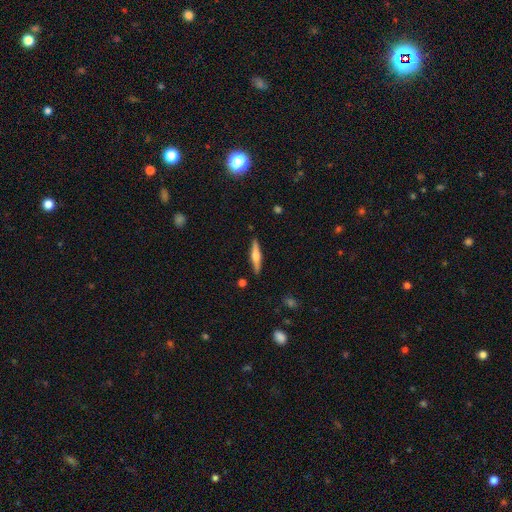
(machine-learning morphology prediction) Q: Smooth or featured?
A: featured or disk (55%); runner-up: smooth (39%)
Q: Edge-on disk?
A: yes (97%); runner-up: no (3%)
Q: Edge-on bulge?
A: rounded (82%); runner-up: boxy (12%)
Q: Merging?
A: none (89%); runner-up: minor disturbance (8%)